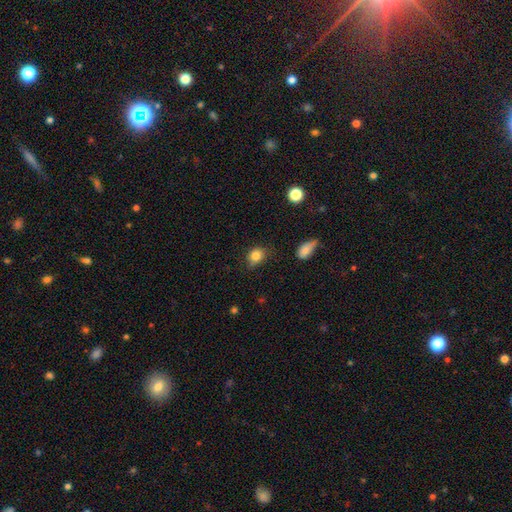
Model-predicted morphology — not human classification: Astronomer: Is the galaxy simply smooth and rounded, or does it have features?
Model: smooth — 84%.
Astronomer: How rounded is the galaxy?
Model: round — 50% (runner-up: in between, 48%).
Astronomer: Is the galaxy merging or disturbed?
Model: none — 65%.